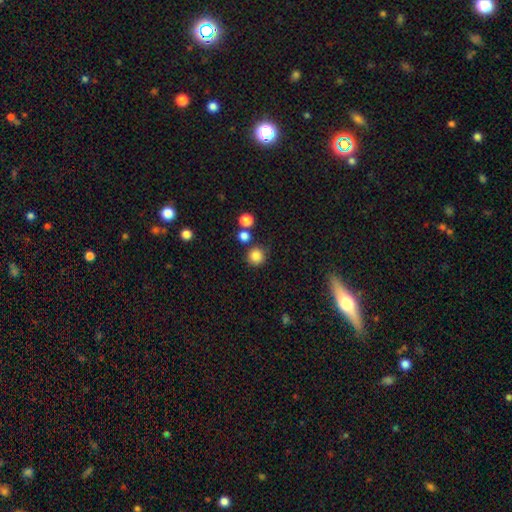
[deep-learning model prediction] smooth-or-featured: smooth: 84% | star or artifact: 11% | featured or disk: 5%
  how-rounded: round: 93% | in between: 6% | cigar-shaped: 1%
  merging: none: 79% | minor disturbance: 9% | merger: 9% | major disturbance: 3%